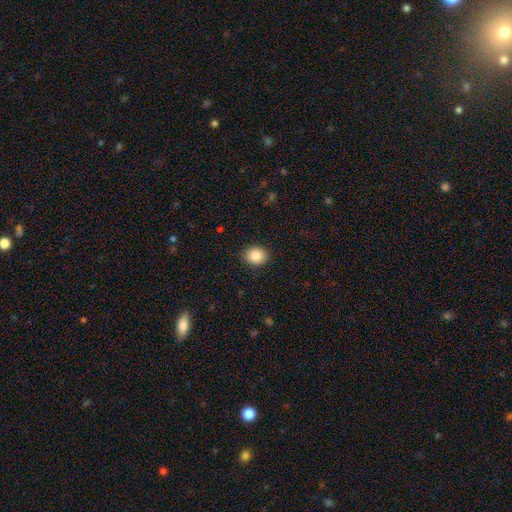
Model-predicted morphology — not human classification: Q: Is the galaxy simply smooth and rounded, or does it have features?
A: smooth — 86%.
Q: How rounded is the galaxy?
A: round — 69%.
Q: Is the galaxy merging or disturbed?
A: none — 90%.